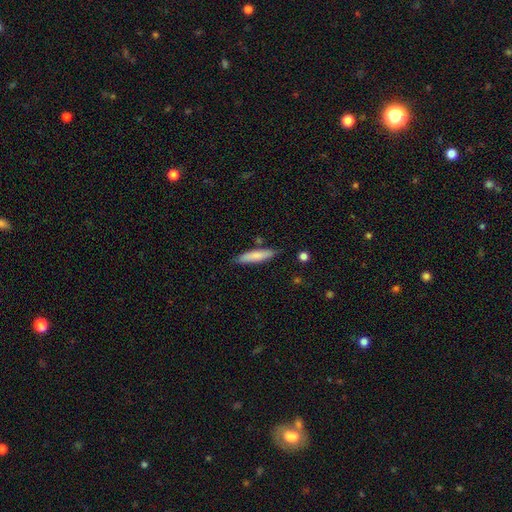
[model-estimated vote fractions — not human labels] This is likely a smooth galaxy (78%). How rounded: clearly cigar-shaped (81%). Merging: clearly none (81%).